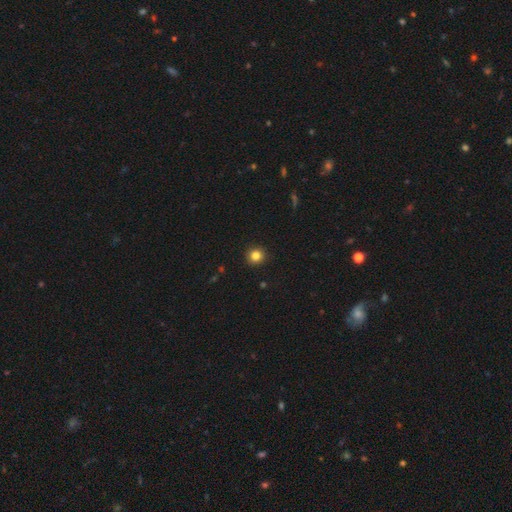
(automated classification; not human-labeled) A smooth galaxy with no disk features (83%) that is round (94%). Merging: none (93%).